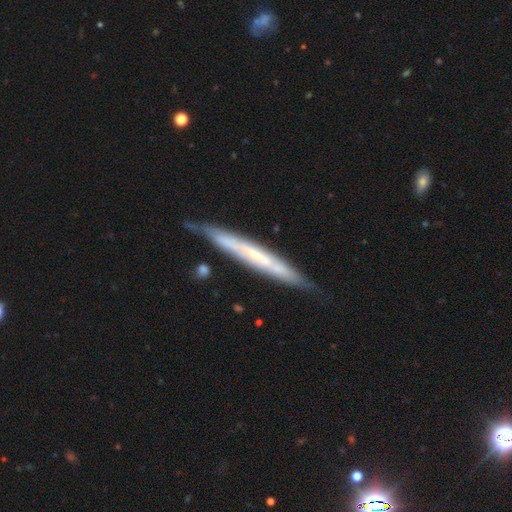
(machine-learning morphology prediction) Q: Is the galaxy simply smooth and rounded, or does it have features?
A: featured or disk — 64%.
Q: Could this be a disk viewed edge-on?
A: yes — 85%.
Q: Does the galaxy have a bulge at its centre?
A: none — 74%.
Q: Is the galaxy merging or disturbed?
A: none — 79%.